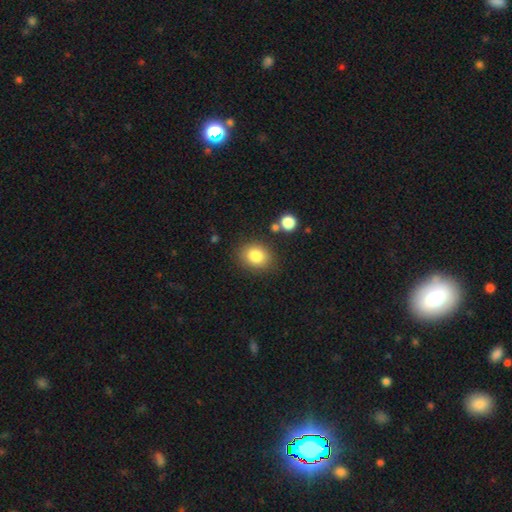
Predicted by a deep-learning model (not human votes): A smooth galaxy with no disk features (84%) that is round (53%). Merging: none (81%).